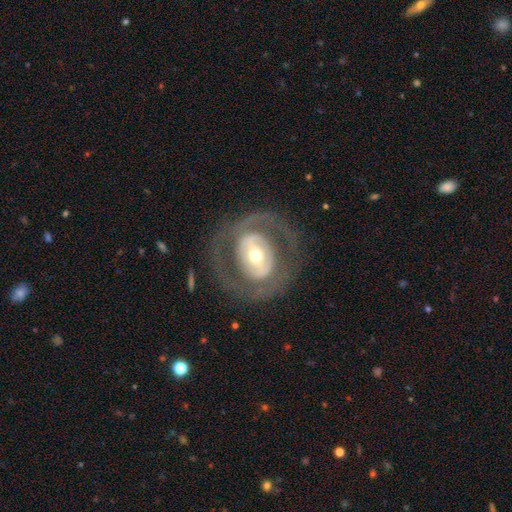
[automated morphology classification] Smooth or featured? Predicted: featured or disk (p=0.74). Edge-on disk? Predicted: no (p=0.94). Bar? Predicted: no (p=0.35). Spiral arms? Predicted: no (p=0.60). Bulge size? Predicted: moderate (p=0.58). Merging? Predicted: none (p=0.73).